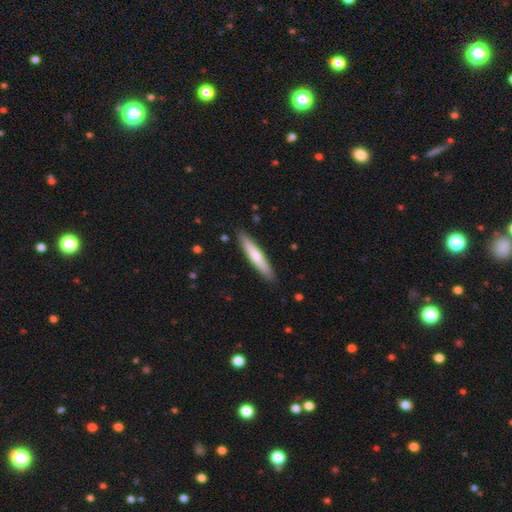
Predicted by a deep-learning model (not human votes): Smooth or featured: smooth — 64% (featured or disk — 31%)
How rounded: cigar-shaped — 91% (in between — 8%)
Merging: none — 90% (minor disturbance — 8%)